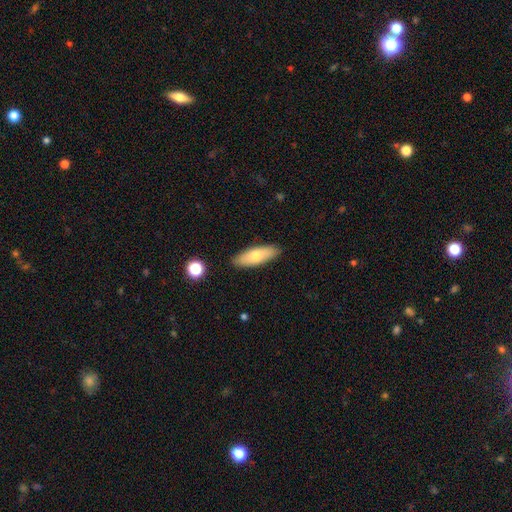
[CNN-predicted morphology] type=smooth (68%); roundness=in between (62%); merging=none (87%).